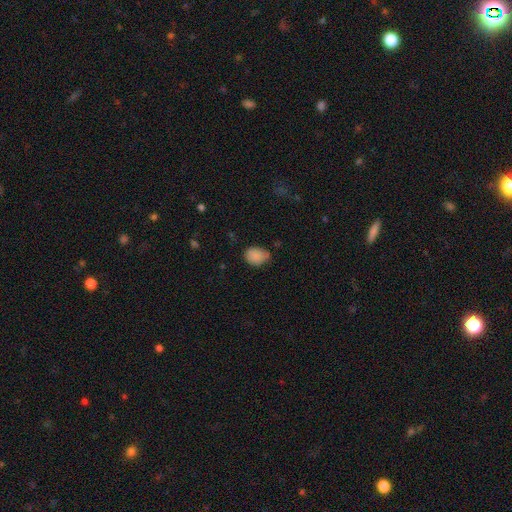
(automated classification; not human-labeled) A smooth galaxy with no disk features (86%) that is in between round and cigar-shaped (60%).

Vote fractions:
- Smooth or featured? smooth: 86% / star or artifact: 9% / featured or disk: 5%
- How rounded? in between: 60% / round: 39% / cigar-shaped: 1%
- Merging? none: 58% / minor disturbance: 33% / major disturbance: 6% / merger: 3%